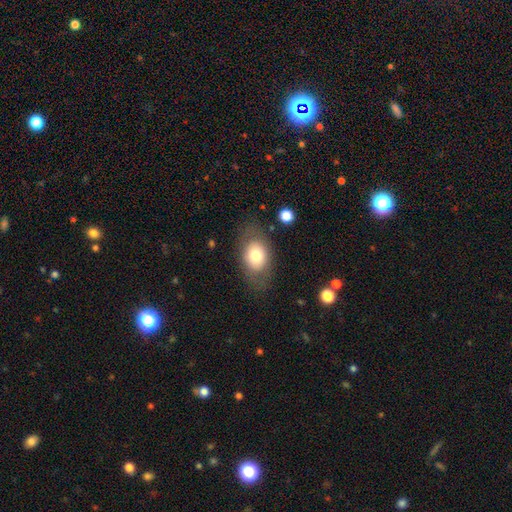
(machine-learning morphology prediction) smooth_or_featured: smooth (p=0.71) [alt: featured or disk p=0.21]
how_rounded: in between (p=0.78) [alt: round p=0.21]
merging: none (p=0.76) [alt: minor disturbance p=0.15]